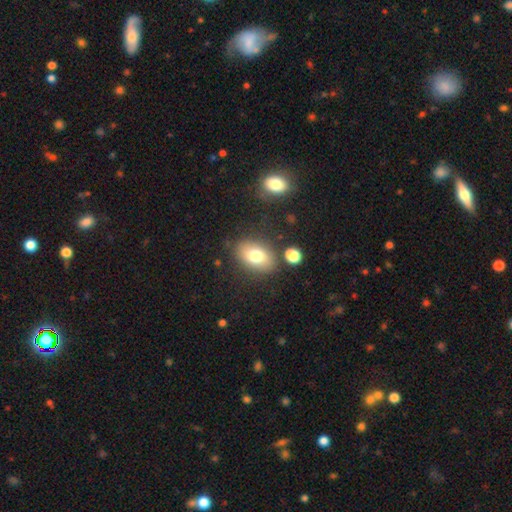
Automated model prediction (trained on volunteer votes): This appears to be a smooth galaxy with no disk features (74%) that is in between round and cigar-shaped (80%). Merging: none (78%).